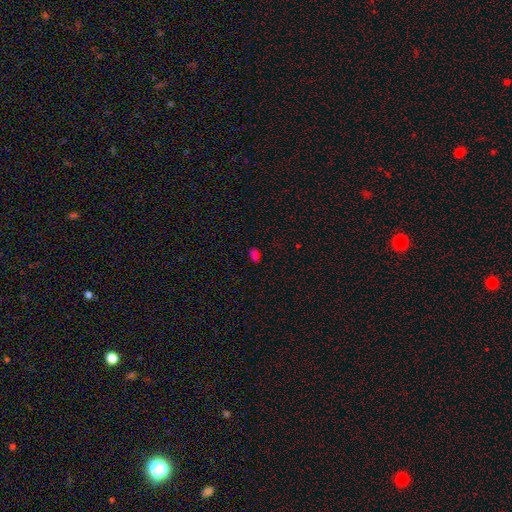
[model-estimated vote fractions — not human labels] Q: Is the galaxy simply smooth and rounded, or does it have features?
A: smooth — 67%.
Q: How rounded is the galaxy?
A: in between — 87%.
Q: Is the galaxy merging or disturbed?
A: none — 79%.